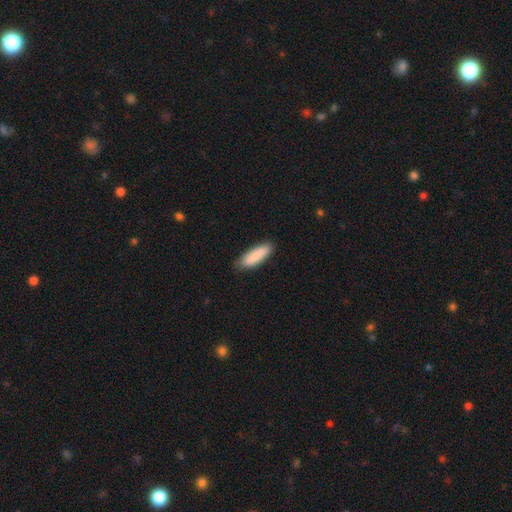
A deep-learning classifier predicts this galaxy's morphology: This appears to be a smooth galaxy with no disk features (87%) that is in between round and cigar-shaped (56%). Merging: none (84%).